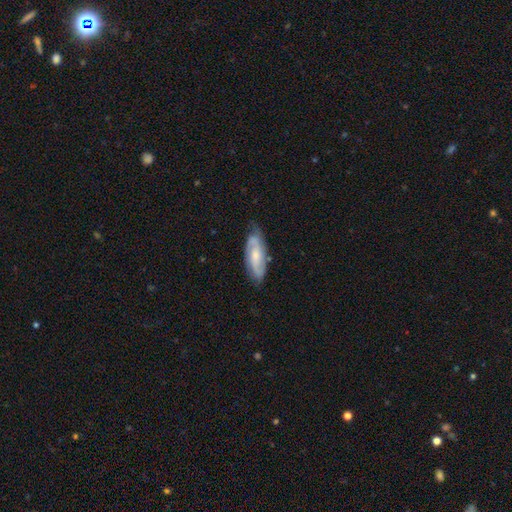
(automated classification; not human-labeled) Smooth or featured: featured or disk — 69% (smooth — 25%)
Edge-on disk: no — 88% (yes — 12%)
Bar: no — 54% (weak — 37%)
Spiral arms: yes — 92% (no — 8%)
Spiral winding: medium — 45% (tight — 37%)
Spiral arm count: 2 — 68% (can't tell — 18%)
Bulge size: moderate — 45% (small — 43%)
Merging: none — 72% (minor disturbance — 21%)